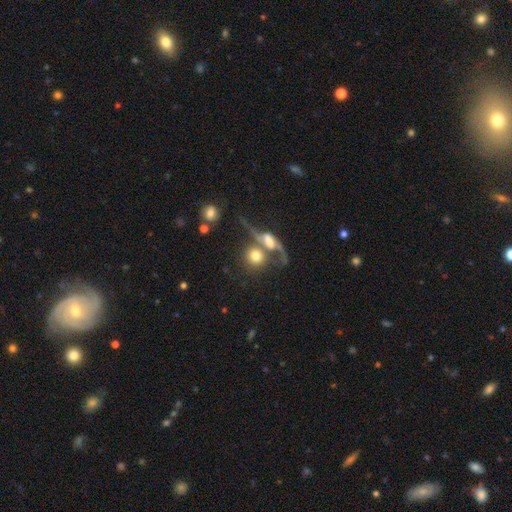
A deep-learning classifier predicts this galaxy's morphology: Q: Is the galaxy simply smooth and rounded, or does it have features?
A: smooth — 64%.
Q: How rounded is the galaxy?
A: round — 83%.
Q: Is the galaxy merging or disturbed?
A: merger — 45%.